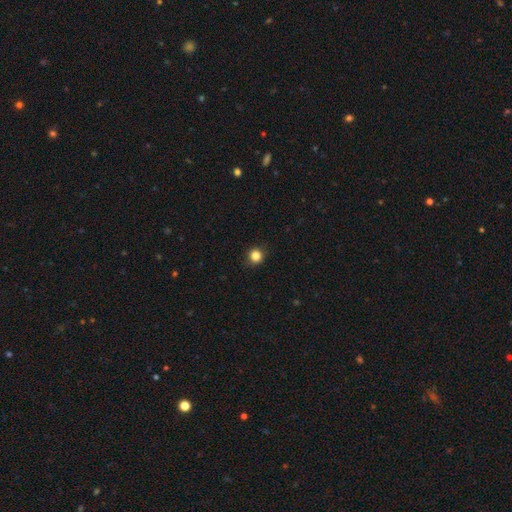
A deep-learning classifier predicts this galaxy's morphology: Smooth or featured? Predicted: smooth (p=0.84). How rounded? Predicted: round (p=0.93). Merging? Predicted: none (p=0.90).